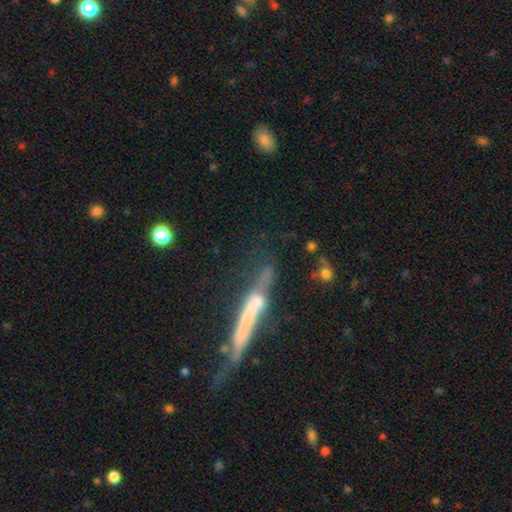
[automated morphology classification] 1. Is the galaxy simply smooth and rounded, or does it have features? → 61% featured or disk, 29% smooth, 10% star or artifact.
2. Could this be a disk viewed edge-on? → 83% yes, 17% no.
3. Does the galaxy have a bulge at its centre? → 68% none, 17% rounded, 15% boxy.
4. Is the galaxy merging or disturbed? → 44% none, 26% minor disturbance, 21% major disturbance, 8% merger.